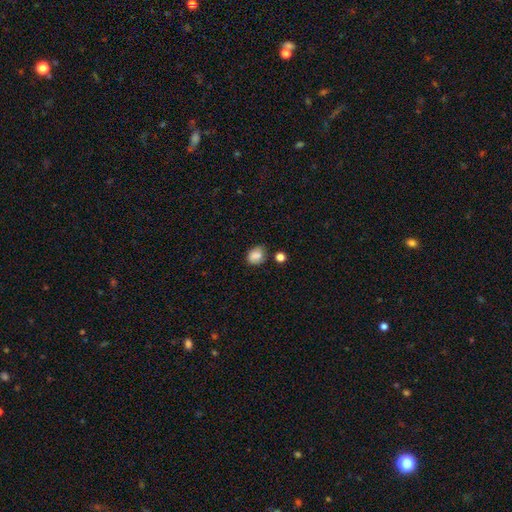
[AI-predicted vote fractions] Smooth or featured? Predicted: smooth (p=0.76). How rounded? Predicted: round (p=0.50). Merging? Predicted: none (p=0.60).